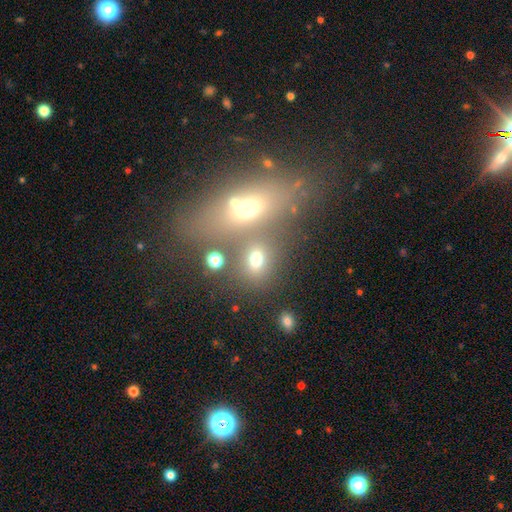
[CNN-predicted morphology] This appears to be a smooth galaxy with no disk features (48%). Merging: merger (44%).